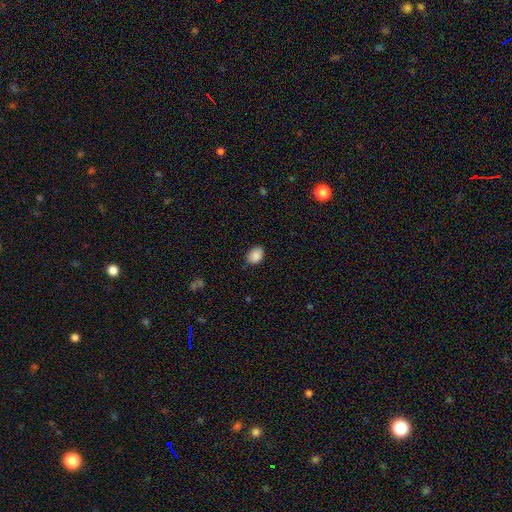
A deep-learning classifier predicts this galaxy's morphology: smooth-or-featured: smooth: 89% | star or artifact: 8% | featured or disk: 3%
  how-rounded: in between: 75% | round: 24% | cigar-shaped: 1%
  merging: none: 82% | minor disturbance: 14% | major disturbance: 3% | merger: 1%